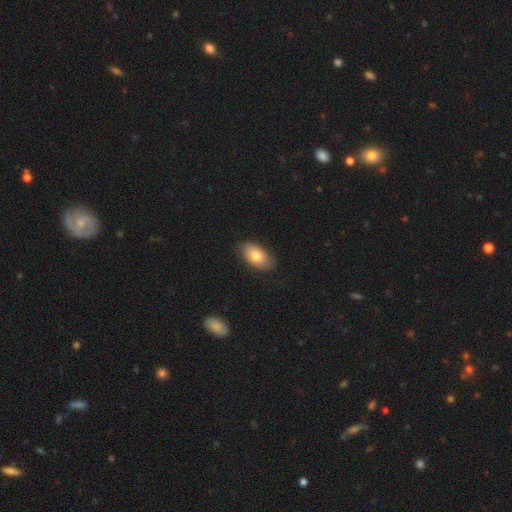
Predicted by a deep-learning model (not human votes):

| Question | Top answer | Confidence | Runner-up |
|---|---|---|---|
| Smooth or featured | smooth | 79% | featured or disk (15%) |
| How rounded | in between | 93% | round (6%) |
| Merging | none | 83% | minor disturbance (13%) |